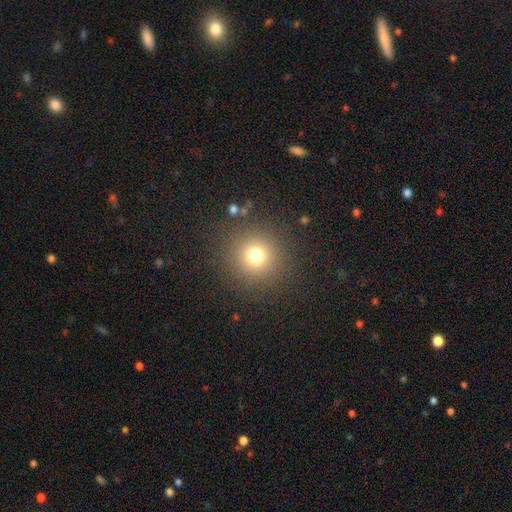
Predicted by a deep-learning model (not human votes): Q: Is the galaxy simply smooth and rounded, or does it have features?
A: smooth — 73%.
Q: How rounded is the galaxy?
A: round — 94%.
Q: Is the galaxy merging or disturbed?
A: none — 88%.